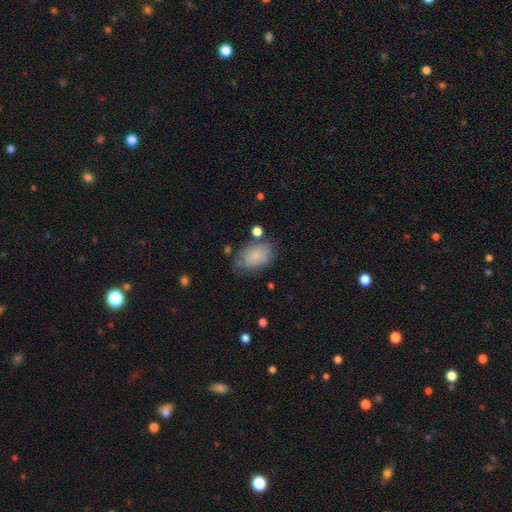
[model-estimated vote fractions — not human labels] Smooth or featured? smooth (79%)
How rounded? in between (88%)
Merging? none (61%)